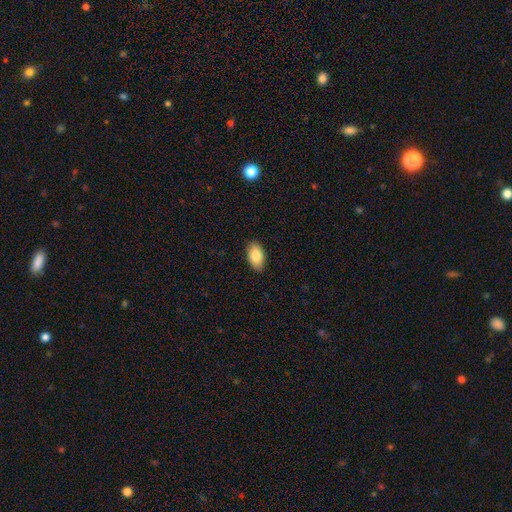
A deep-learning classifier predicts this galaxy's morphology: The model was most divided on "smooth or featured": smooth: 85%, featured or disk: 9%, star or artifact: 7%. More confident: how rounded — in between (94%); merging — none (88%).